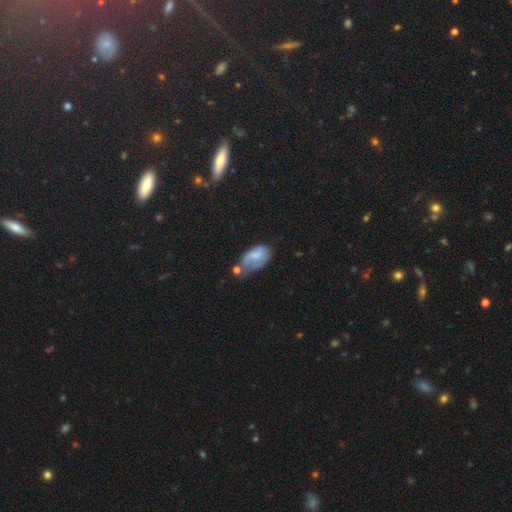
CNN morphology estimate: smooth_or_featured: smooth (p=0.52) [alt: featured or disk p=0.40]
how_rounded: in between (p=0.91) [alt: round p=0.06]
merging: none (p=0.33) [alt: minor disturbance p=0.32]